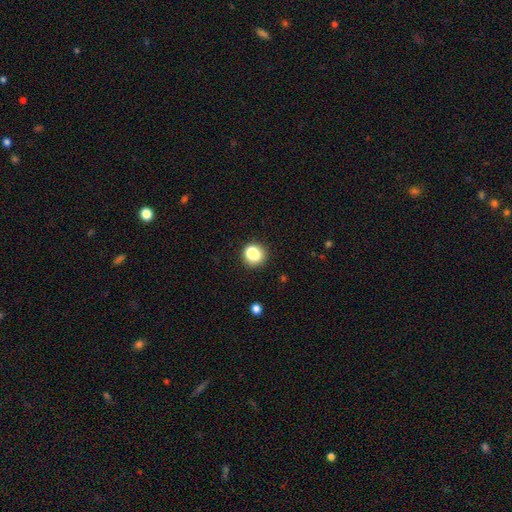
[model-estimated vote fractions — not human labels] Morphology: type=smooth (81%); roundness=round (80%); merging=none (77%).